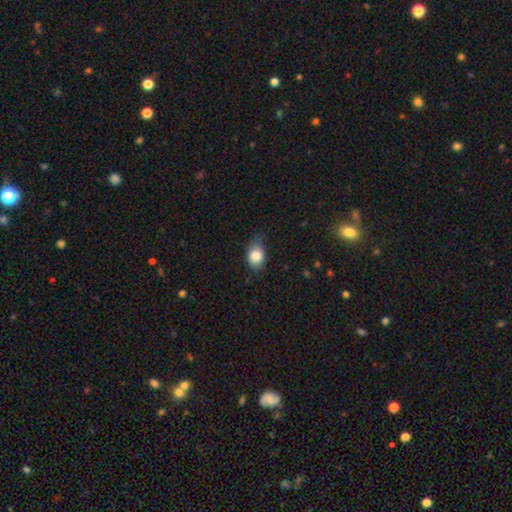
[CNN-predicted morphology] The model was most divided on "merging": none: 62%, minor disturbance: 31%, major disturbance: 6%, merger: 1%. More confident: smooth or featured — smooth (83%); how rounded — in between (72%).